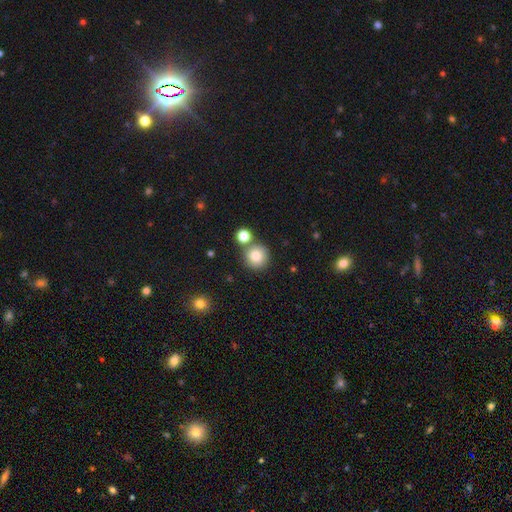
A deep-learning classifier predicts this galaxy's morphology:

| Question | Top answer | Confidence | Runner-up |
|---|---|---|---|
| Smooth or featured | smooth | 81% | star or artifact (11%) |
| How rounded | round | 93% | in between (6%) |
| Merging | none | 71% | merger (19%) |